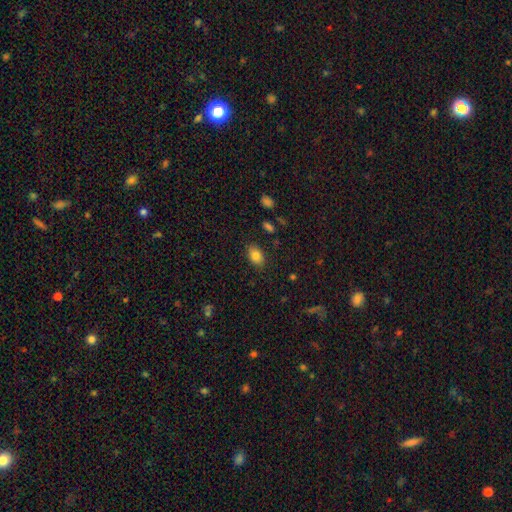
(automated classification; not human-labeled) This is clearly a smooth galaxy (84%). How rounded: clearly in between (85%). Merging: clearly none (85%).